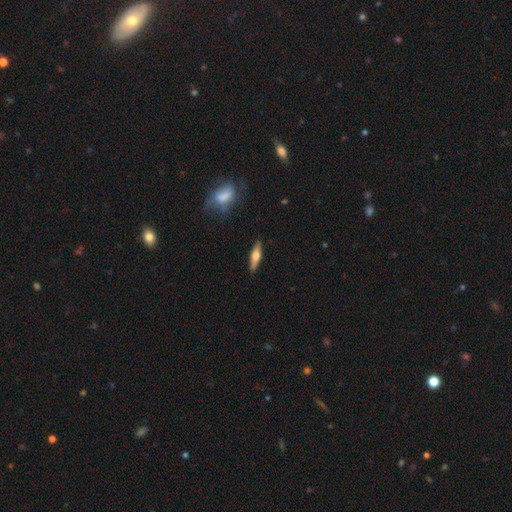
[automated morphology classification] This is possibly a featured or disk galaxy (54%). It is clearly viewed edge-on (94%). Edge-on bulge: clearly rounded (91%). Merging: clearly none (88%).